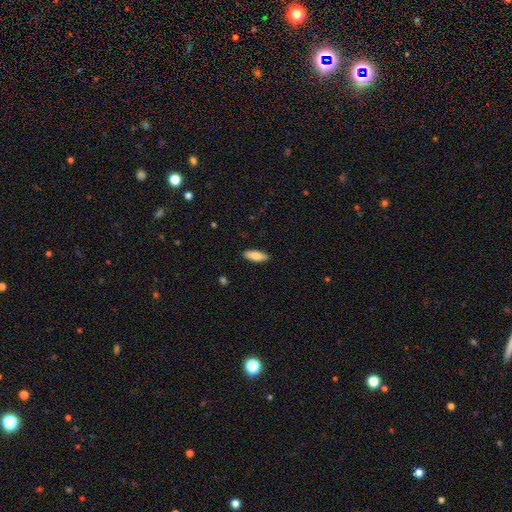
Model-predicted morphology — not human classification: This is clearly a smooth galaxy (83%). How rounded: likely in between (63%). Merging: clearly none (89%).